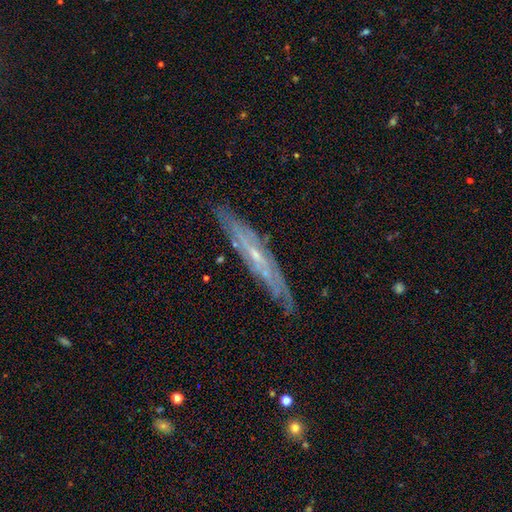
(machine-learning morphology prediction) smooth_or_featured: featured or disk (p=0.74) [alt: smooth p=0.18]
disk_edge_on: yes (p=0.67) [alt: no p=0.33]
merging: none (p=0.81) [alt: minor disturbance p=0.15]